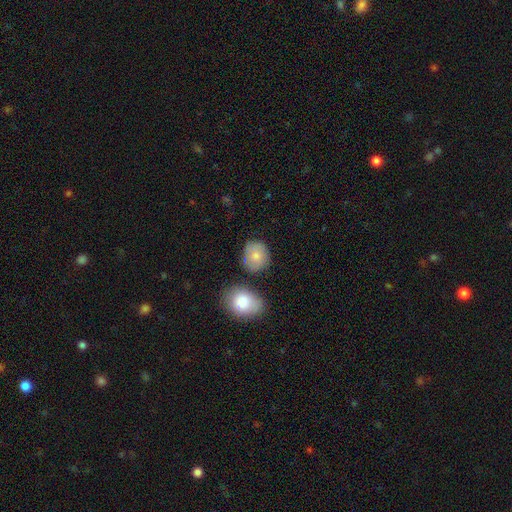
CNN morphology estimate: The model was most divided on "how rounded": round: 73%, in between: 26%, cigar-shaped: 1%. More confident: smooth or featured — smooth (80%); merging — none (69%).